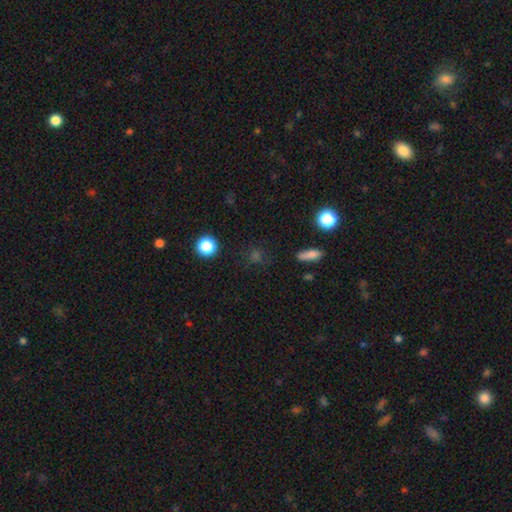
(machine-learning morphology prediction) Overall: smooth (55%; star or artifact 36%). How rounded: round (83%). Merging: none (81%).